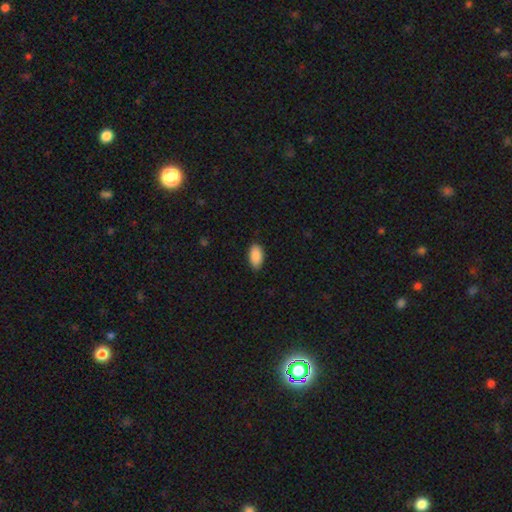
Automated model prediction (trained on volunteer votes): smooth_or_featured: smooth (p=0.90) [alt: star or artifact p=0.07]
how_rounded: in between (p=0.95) [alt: round p=0.03]
merging: none (p=0.84) [alt: minor disturbance p=0.13]